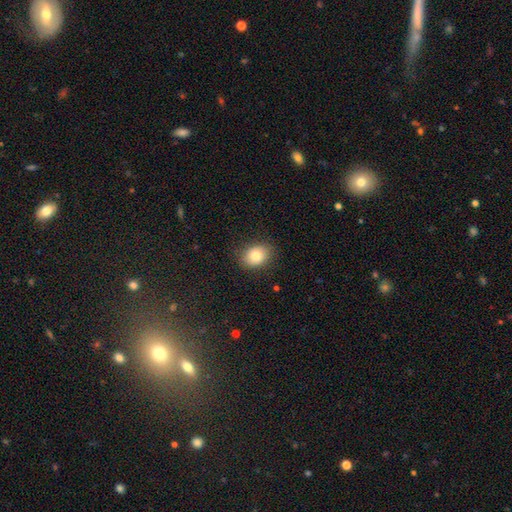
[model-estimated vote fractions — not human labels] smooth_or_featured: smooth (p=0.82) [alt: featured or disk p=0.09]
how_rounded: in between (p=0.61) [alt: round p=0.38]
merging: none (p=0.85) [alt: minor disturbance p=0.12]